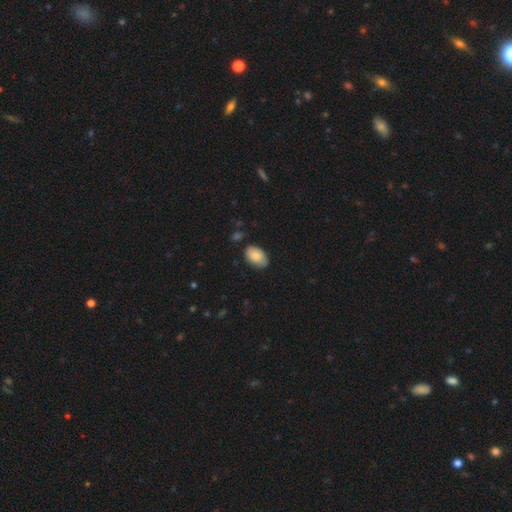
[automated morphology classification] A smooth galaxy with no disk features (85%) that is in between round and cigar-shaped (91%). Merging: none (75%).